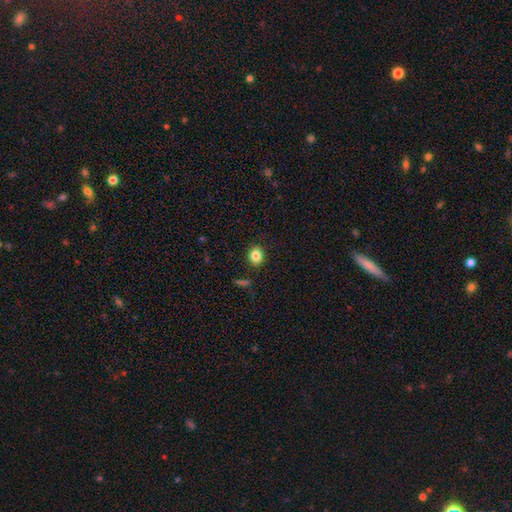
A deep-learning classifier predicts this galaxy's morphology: This appears to be a smooth galaxy with no disk features (83%) that is round (63%). Merging: none (89%).